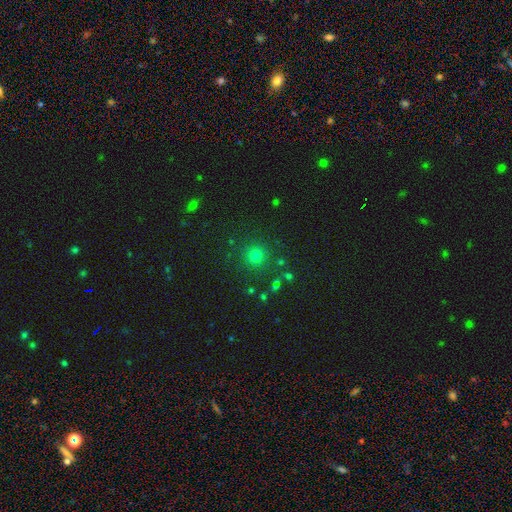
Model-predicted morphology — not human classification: Smooth or featured? Predicted: smooth (p=0.75). How rounded? Predicted: round (p=0.94). Merging? Predicted: none (p=0.87).